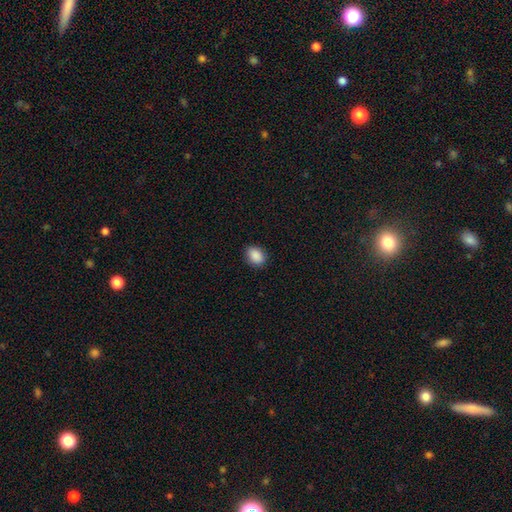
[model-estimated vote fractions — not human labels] The model was most divided on "how rounded": in between: 72%, round: 27%, cigar-shaped: 1%. More confident: smooth or featured — smooth (90%); merging — none (88%).